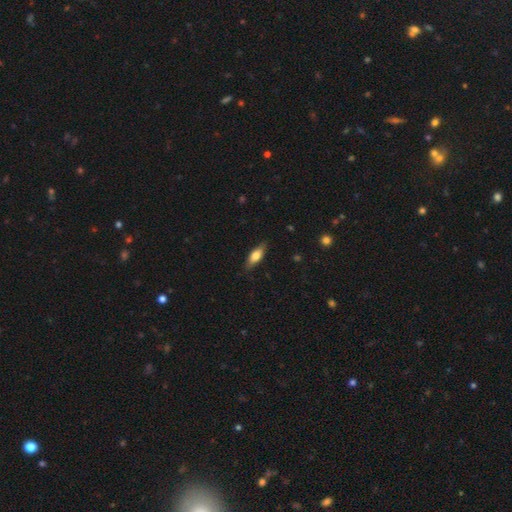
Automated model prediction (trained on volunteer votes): smooth 67%, featured or disk 27%, star or artifact 6%. Down the decision tree: how rounded — in between (67%); merging — none (83%).